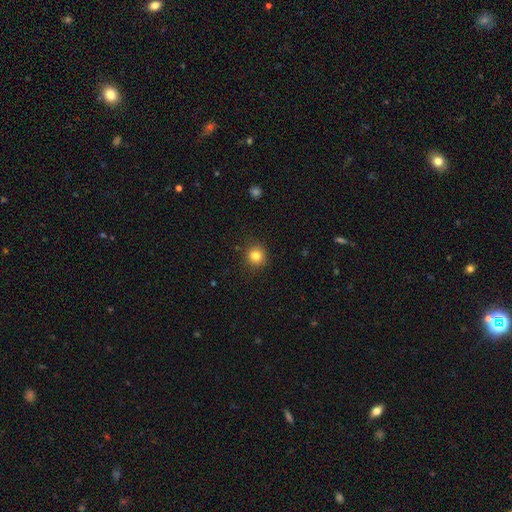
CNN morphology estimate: A smooth galaxy with no disk features (82%) that is round (89%). Merging: none (88%).